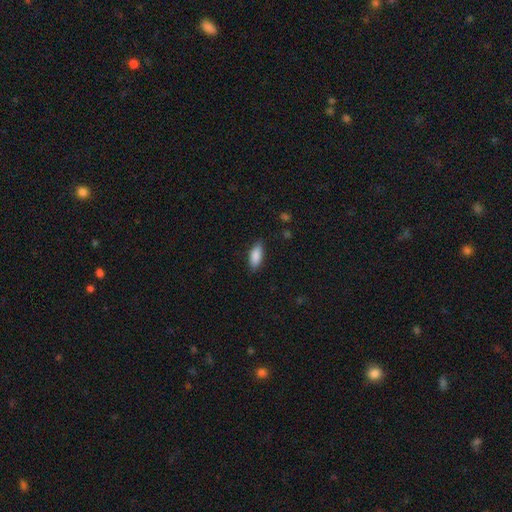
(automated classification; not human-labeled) Overall: smooth (88%). How rounded: in between (82%). Merging: none (83%).